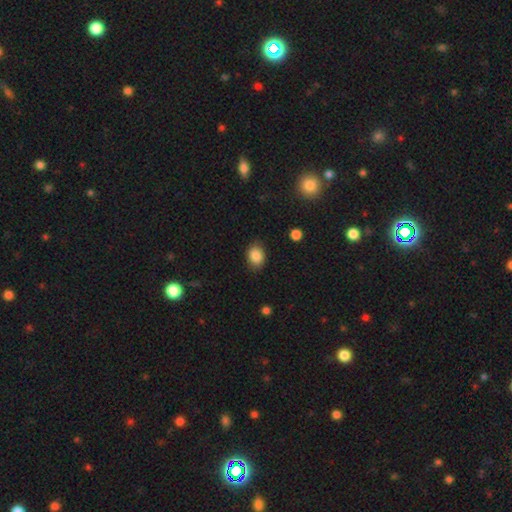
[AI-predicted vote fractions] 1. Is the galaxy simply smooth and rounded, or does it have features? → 86% smooth, 9% star or artifact, 5% featured or disk.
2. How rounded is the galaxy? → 67% in between, 32% round, 1% cigar-shaped.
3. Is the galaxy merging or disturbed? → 82% none, 14% minor disturbance, 3% major disturbance, 1% merger.